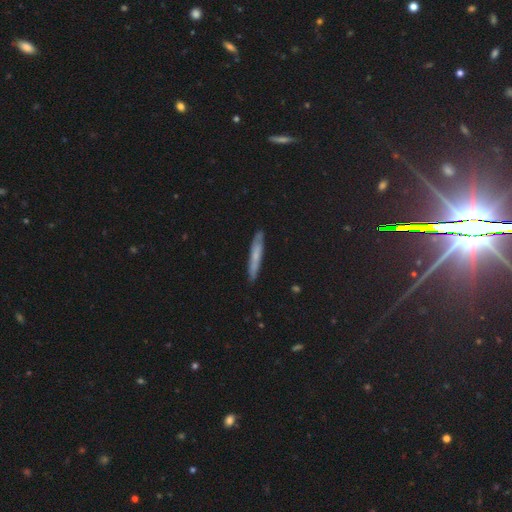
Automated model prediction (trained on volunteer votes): A smooth galaxy with no disk features (56%) that is cigar-shaped (93%).

Vote fractions:
- Smooth or featured? smooth: 56% / featured or disk: 35% / star or artifact: 10%
- How rounded? cigar-shaped: 93% / in between: 5% / round: 2%
- Merging? none: 85% / minor disturbance: 12% / major disturbance: 2% / merger: 1%